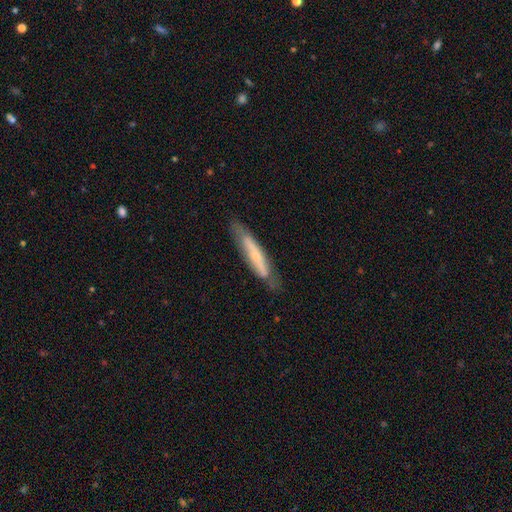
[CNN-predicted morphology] type=featured or disk (53%); edge-on=yes (71%); merging=none (75%).